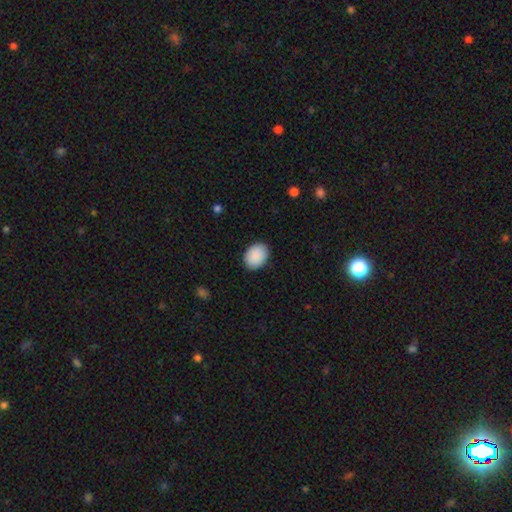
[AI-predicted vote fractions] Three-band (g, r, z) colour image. It shows a smooth galaxy with no disk features (91%) that is in between round and cigar-shaped (67%). Merging: none (88%).